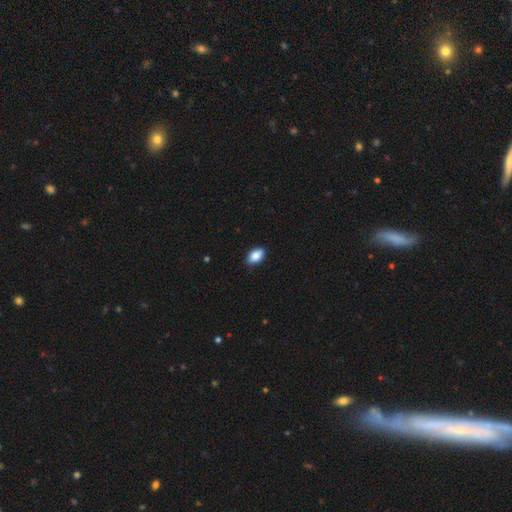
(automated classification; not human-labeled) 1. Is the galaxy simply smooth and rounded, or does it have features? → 87% smooth, 7% star or artifact, 6% featured or disk.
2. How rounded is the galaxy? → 92% in between, 6% round, 2% cigar-shaped.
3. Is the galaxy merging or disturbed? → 85% none, 12% minor disturbance, 2% major disturbance, 1% merger.